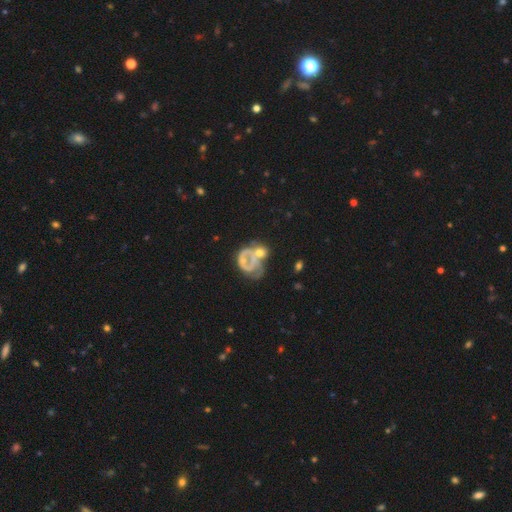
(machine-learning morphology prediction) This appears to be a featured or disk galaxy (59%) with no bar (76%), no spiral arms (56%) and no central bulge (36%). Merging: merger (31%).